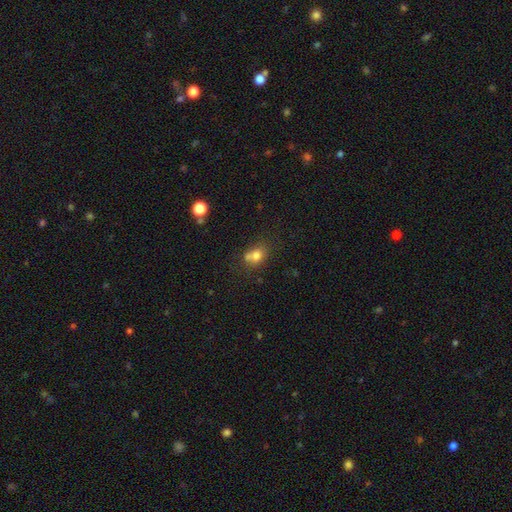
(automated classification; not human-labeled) smooth 74%, star or artifact 13%, featured or disk 13%. Down the decision tree: how rounded — round (52%); merging — none (43%).